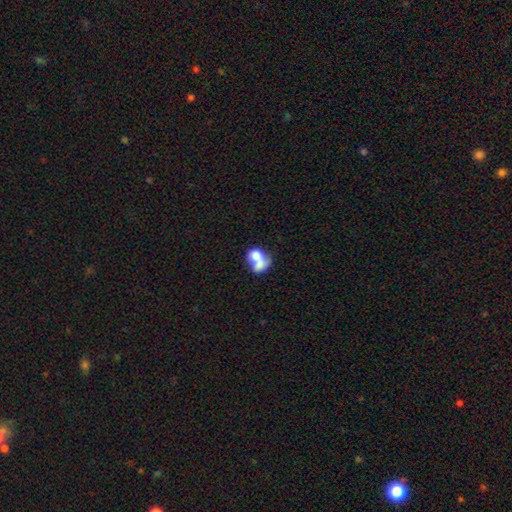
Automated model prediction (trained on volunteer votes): A smooth galaxy with no disk features (65%) that is in between round and cigar-shaped (63%).

Vote fractions:
- Smooth or featured? smooth: 65% / featured or disk: 27% / star or artifact: 9%
- How rounded? in between: 63% / round: 35% / cigar-shaped: 2%
- Merging? merger: 66% / none: 16% / major disturbance: 10% / minor disturbance: 8%